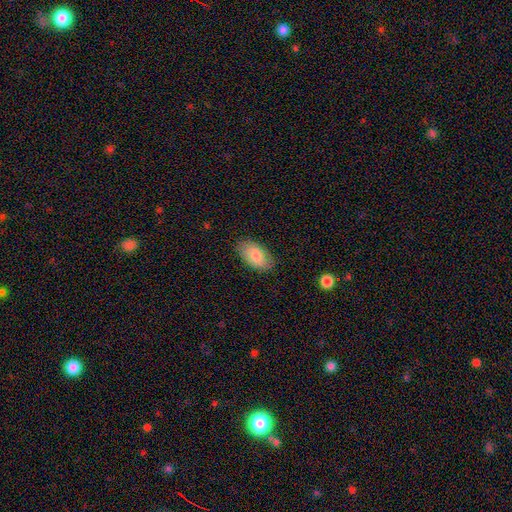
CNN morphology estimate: smooth-or-featured: smooth: 81% | featured or disk: 13% | star or artifact: 6%
  how-rounded: in between: 94% | round: 4% | cigar-shaped: 2%
  merging: none: 82% | minor disturbance: 14% | major disturbance: 3% | merger: 1%